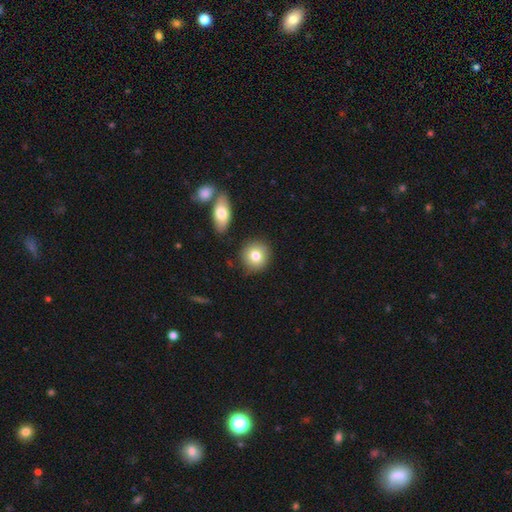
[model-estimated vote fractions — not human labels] This is clearly a smooth galaxy (80%). How rounded: clearly round (88%). Merging: clearly none (85%).